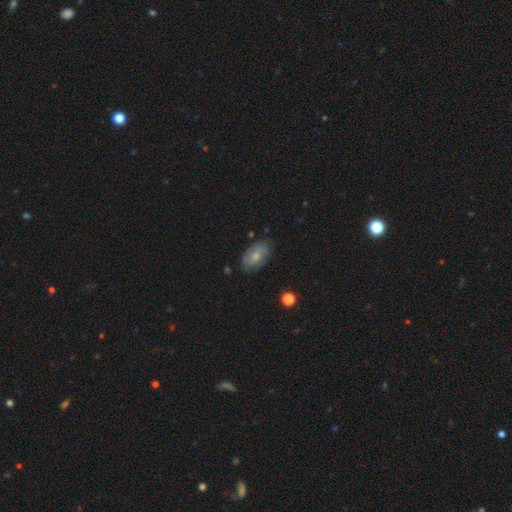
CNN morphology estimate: Smooth or featured?
  - smooth: 57% *
  - featured or disk: 36%
  - star or artifact: 7%
How rounded?
  - in between: 90% *
  - round: 8%
  - cigar-shaped: 2%
Merging?
  - none: 74% *
  - minor disturbance: 20%
  - major disturbance: 5%
  - merger: 2%